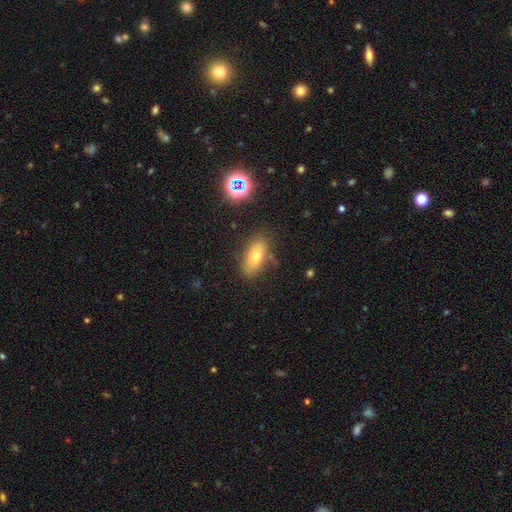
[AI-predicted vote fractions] smooth 66%, featured or disk 20%, star or artifact 13%. Down the decision tree: how rounded — in between (82%); merging — none (76%).